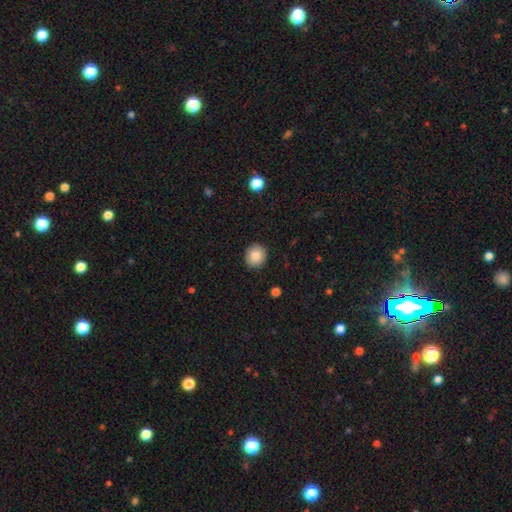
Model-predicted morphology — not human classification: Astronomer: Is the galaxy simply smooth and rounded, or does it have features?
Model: smooth — 87%.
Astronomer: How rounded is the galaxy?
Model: round — 83%.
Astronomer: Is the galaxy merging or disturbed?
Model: none — 91%.